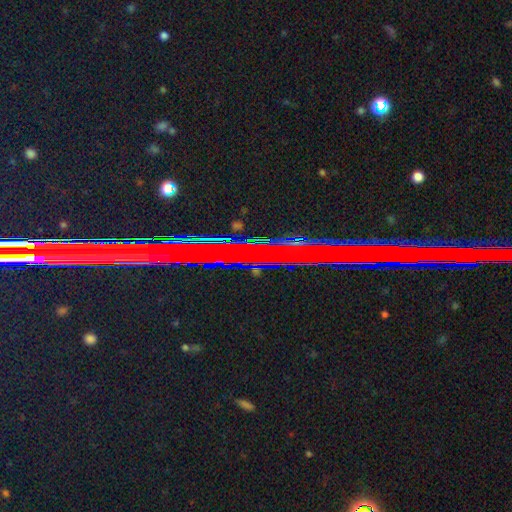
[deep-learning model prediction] A star or artifact, not a galaxy (80%).

Vote fractions:
- Smooth or featured? star or artifact: 80% / featured or disk: 11% / smooth: 8%